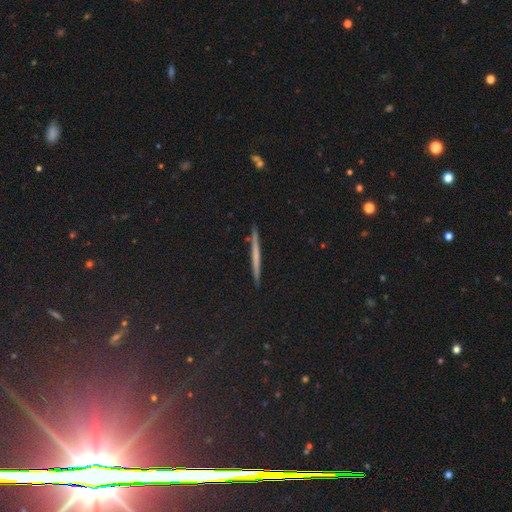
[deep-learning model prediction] The model was most divided on "smooth or featured": featured or disk: 45%, smooth: 41%, star or artifact: 14%. More confident: merging — none (91%).